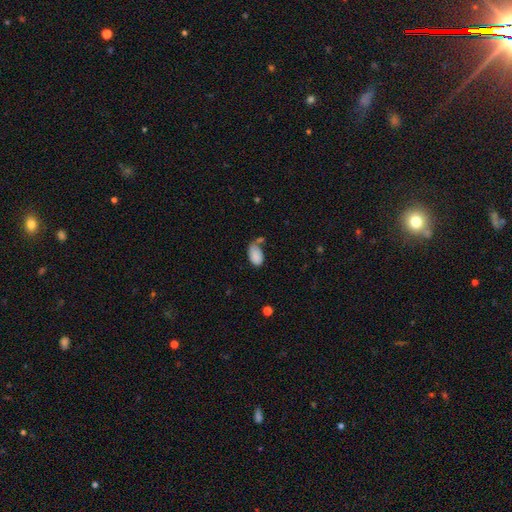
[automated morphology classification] smooth_or_featured: smooth (p=0.85) [alt: star or artifact p=0.08]
how_rounded: in between (p=0.93) [alt: round p=0.06]
merging: none (p=0.44) [alt: minor disturbance p=0.25]